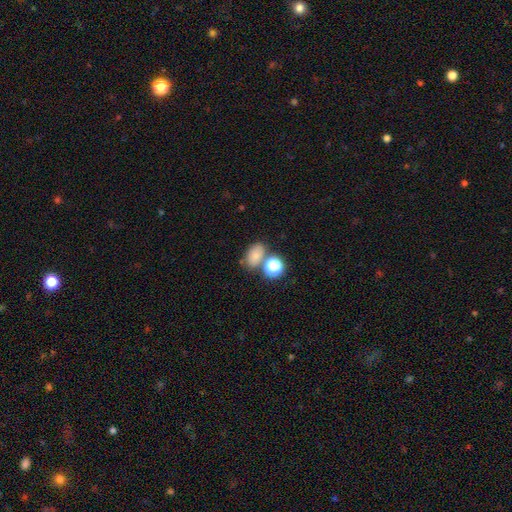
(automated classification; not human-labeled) The model was most divided on "merging": none: 60%, merger: 21%, minor disturbance: 14%, major disturbance: 5%. More confident: smooth or featured — smooth (75%); how rounded — in between (75%).